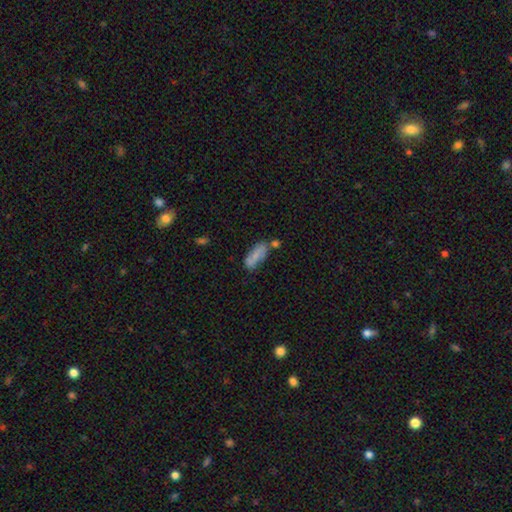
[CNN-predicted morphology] Smooth or featured? Predicted: smooth (p=0.67). How rounded? Predicted: in between (p=0.73). Merging? Predicted: none (p=0.48).